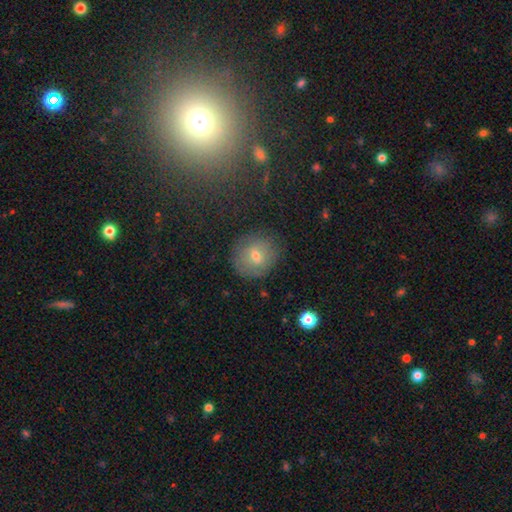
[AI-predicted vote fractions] A smooth galaxy with no disk features (59%) that is round (84%). Merging: none (83%).